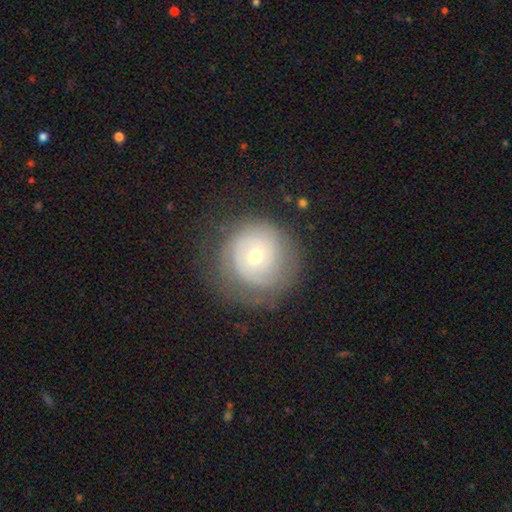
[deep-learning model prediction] Morphology: type=featured or disk (53%); edge-on=no (97%); bar=no (79%); spiral arms=yes (65%); bulge=moderate (55%); merging=none (67%).